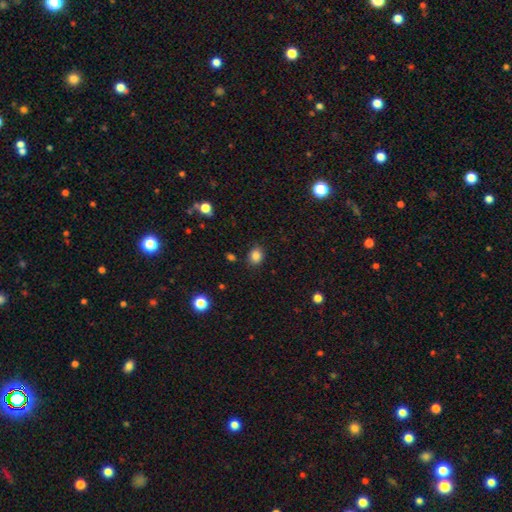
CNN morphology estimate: Smooth or featured?
  - smooth: 85% *
  - star or artifact: 11%
  - featured or disk: 4%
How rounded?
  - round: 57% *
  - in between: 42%
  - cigar-shaped: 1%
Merging?
  - none: 83% *
  - minor disturbance: 12%
  - major disturbance: 3%
  - merger: 2%